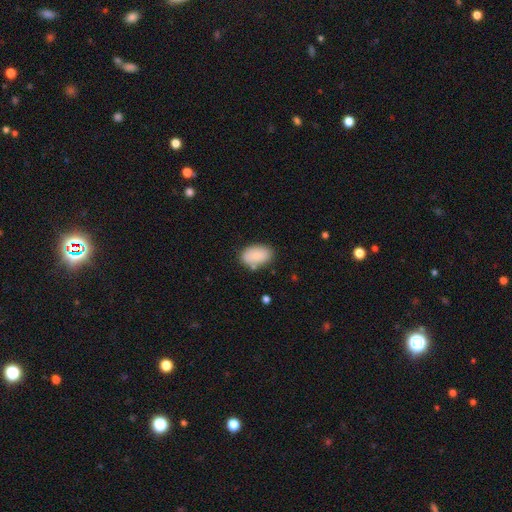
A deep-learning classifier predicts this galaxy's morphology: smooth_or_featured: smooth (p=0.84) [alt: featured or disk p=0.09]
how_rounded: in between (p=0.92) [alt: round p=0.07]
merging: none (p=0.76) [alt: minor disturbance p=0.16]